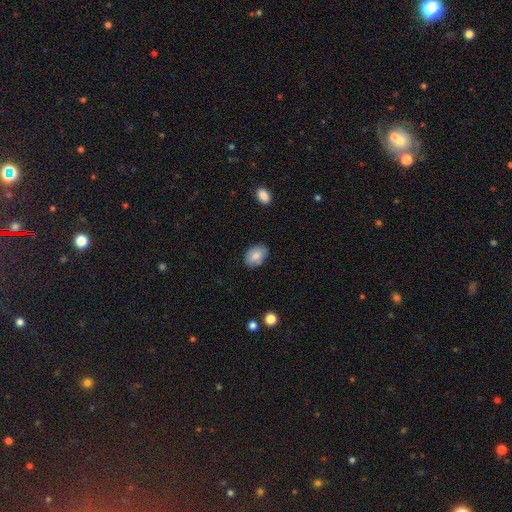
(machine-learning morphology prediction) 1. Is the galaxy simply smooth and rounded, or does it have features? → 81% smooth, 12% featured or disk, 7% star or artifact.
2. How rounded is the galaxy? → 80% in between, 19% round, 1% cigar-shaped.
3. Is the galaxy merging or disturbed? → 80% none, 16% minor disturbance, 3% major disturbance, 1% merger.